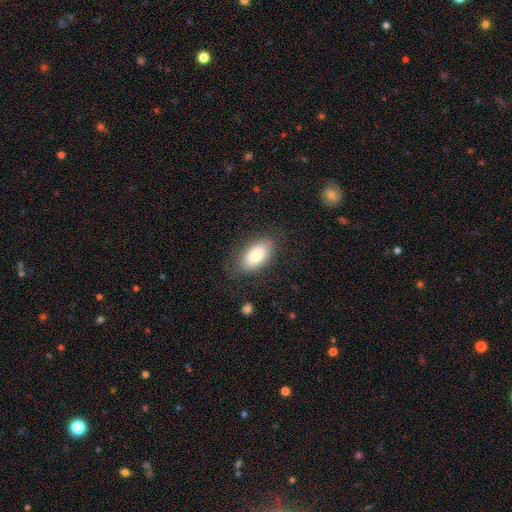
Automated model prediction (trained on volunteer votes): Morphology: type=smooth (79%); roundness=in between (92%); merging=none (79%).